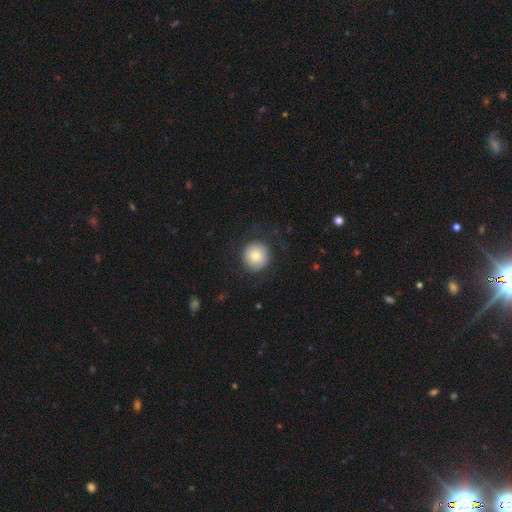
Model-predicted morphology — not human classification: Q: Smooth or featured?
A: smooth (78%); runner-up: featured or disk (14%)
Q: How rounded?
A: round (94%); runner-up: in between (5%)
Q: Merging?
A: none (83%); runner-up: minor disturbance (10%)